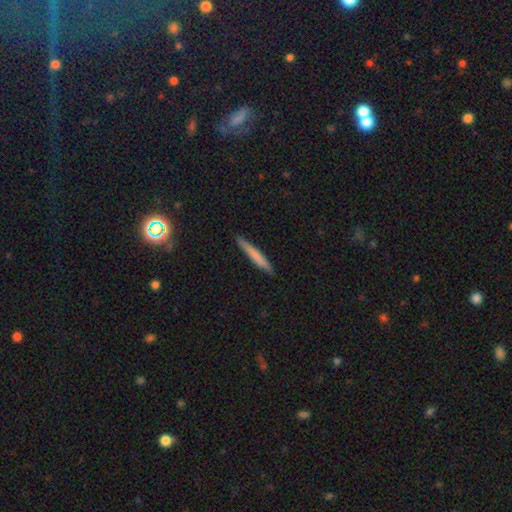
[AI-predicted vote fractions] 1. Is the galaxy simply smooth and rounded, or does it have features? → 71% smooth, 24% featured or disk, 6% star or artifact.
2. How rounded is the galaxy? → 96% cigar-shaped, 3% in between, 1% round.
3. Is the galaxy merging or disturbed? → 89% none, 8% minor disturbance, 1% major disturbance, 1% merger.